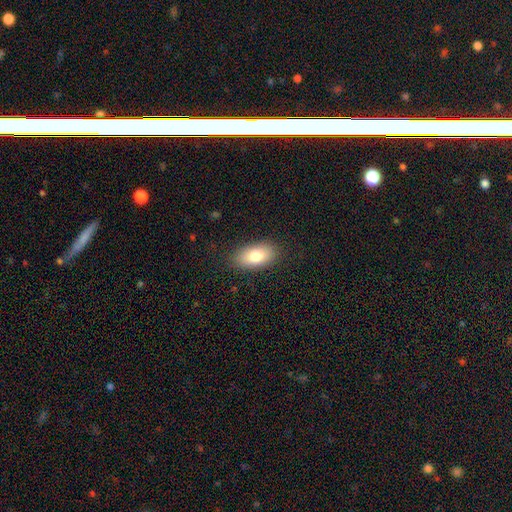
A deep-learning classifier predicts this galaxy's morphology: smooth_or_featured: smooth (p=0.79) [alt: featured or disk p=0.13]
how_rounded: in between (p=0.92) [alt: round p=0.04]
merging: none (p=0.86) [alt: minor disturbance p=0.10]